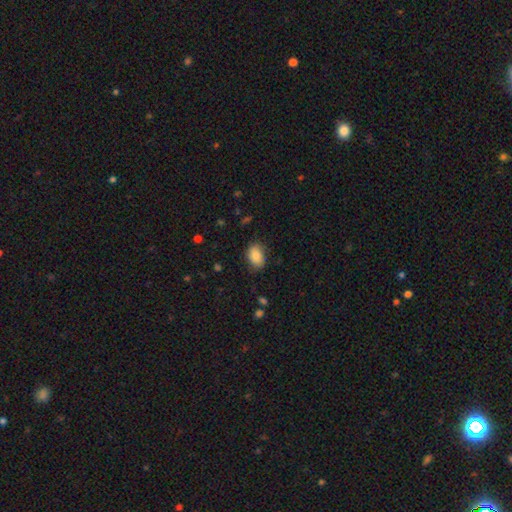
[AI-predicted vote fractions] smooth_or_featured: smooth (p=0.84) [alt: featured or disk p=0.08]
how_rounded: in between (p=0.82) [alt: round p=0.17]
merging: none (p=0.80) [alt: minor disturbance p=0.16]